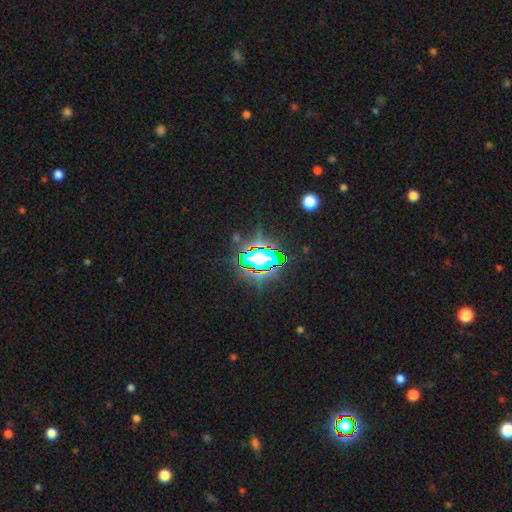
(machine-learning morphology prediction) The model was most divided on "smooth or featured": star or artifact: 67%, smooth: 20%, featured or disk: 13%.